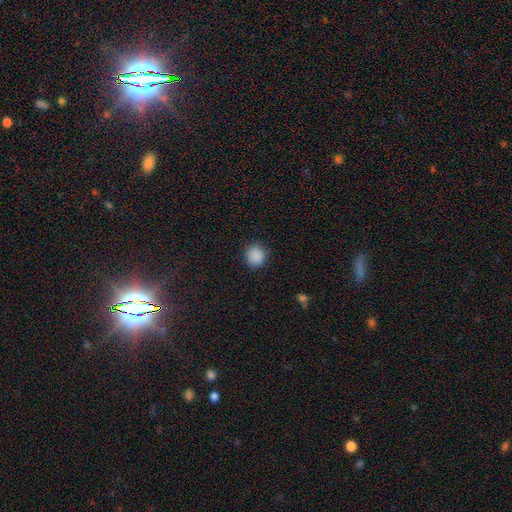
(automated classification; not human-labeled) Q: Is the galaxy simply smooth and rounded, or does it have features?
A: smooth — 88%.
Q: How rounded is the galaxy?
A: round — 88%.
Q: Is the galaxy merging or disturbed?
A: none — 89%.